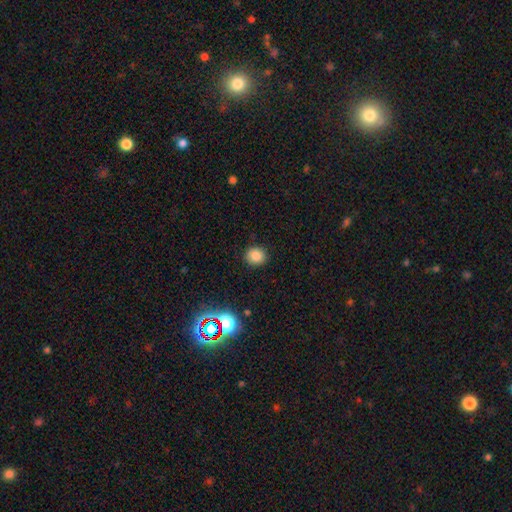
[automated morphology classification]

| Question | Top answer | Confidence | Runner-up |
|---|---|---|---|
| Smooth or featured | smooth | 84% | star or artifact (12%) |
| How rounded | round | 82% | in between (18%) |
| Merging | none | 90% | minor disturbance (7%) |